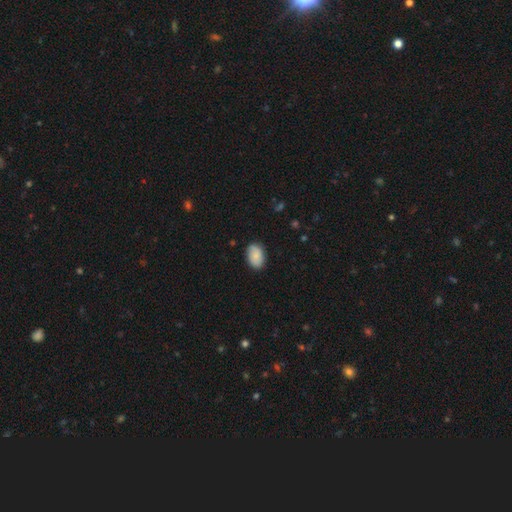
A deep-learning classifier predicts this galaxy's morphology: A smooth galaxy with no disk features (83%) that is in between round and cigar-shaped (88%). Merging: none (84%).